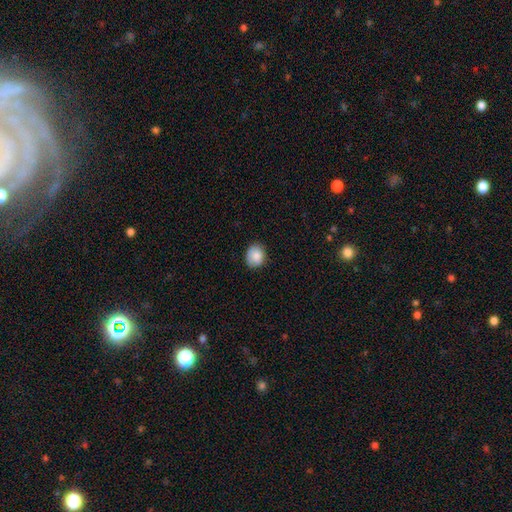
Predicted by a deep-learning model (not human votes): Q: Smooth or featured?
A: smooth (83%); runner-up: featured or disk (9%)
Q: How rounded?
A: round (56%); runner-up: in between (43%)
Q: Merging?
A: none (79%); runner-up: minor disturbance (17%)